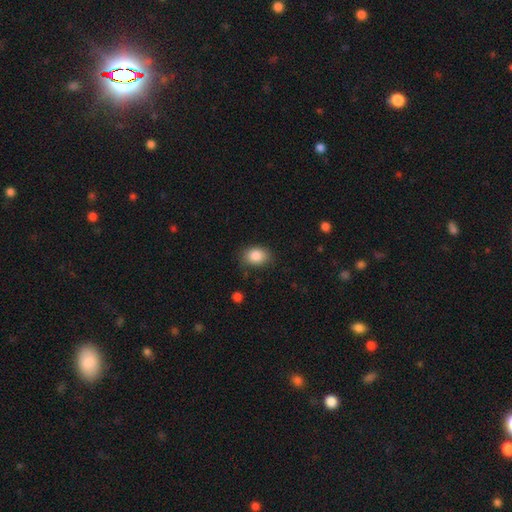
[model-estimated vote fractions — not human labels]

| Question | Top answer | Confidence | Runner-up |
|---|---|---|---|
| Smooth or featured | smooth | 85% | star or artifact (9%) |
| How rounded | in between | 69% | round (30%) |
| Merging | none | 77% | minor disturbance (18%) |